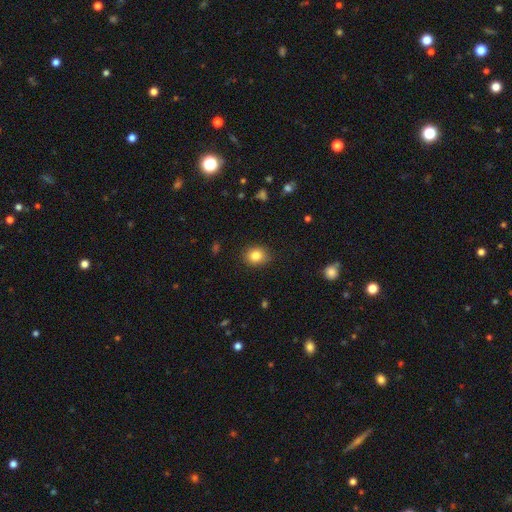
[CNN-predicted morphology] The model was most divided on "how rounded": round: 63%, in between: 36%, cigar-shaped: 1%. More confident: merging — none (87%); smooth or featured — smooth (84%).